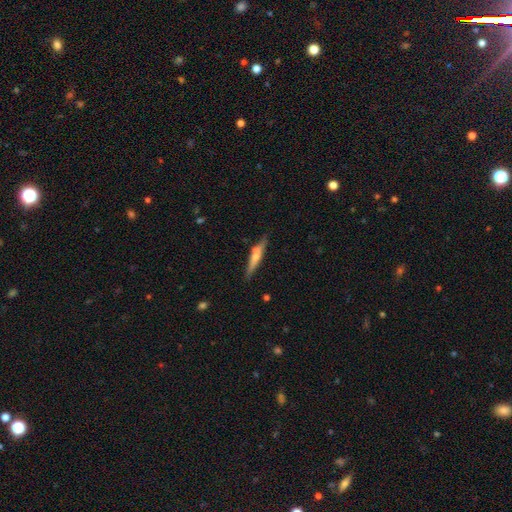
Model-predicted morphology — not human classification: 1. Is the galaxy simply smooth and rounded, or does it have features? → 48% smooth, 46% featured or disk, 6% star or artifact.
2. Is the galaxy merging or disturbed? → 75% none, 14% minor disturbance, 8% merger, 3% major disturbance.